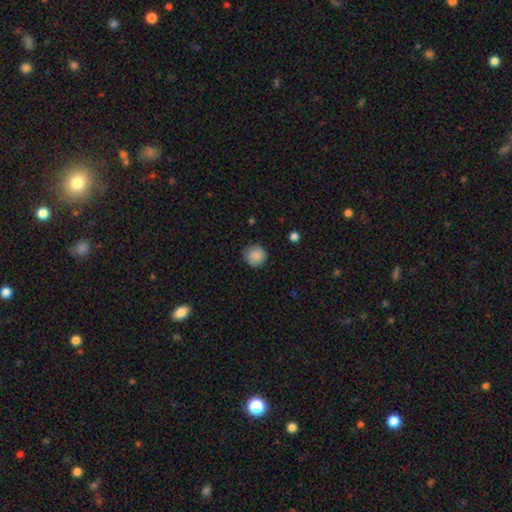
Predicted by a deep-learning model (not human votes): Morphology: type=smooth (87%); roundness=round (92%); merging=none (85%).